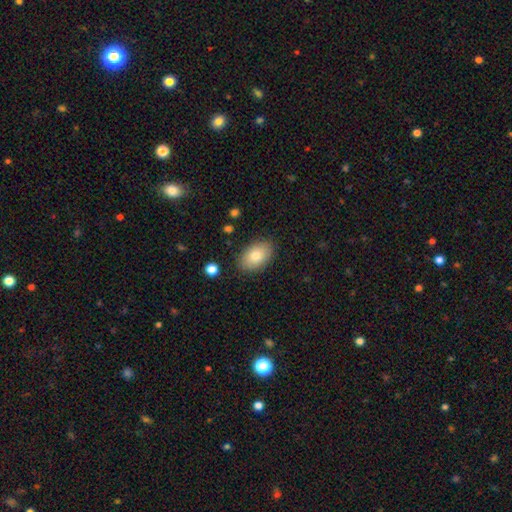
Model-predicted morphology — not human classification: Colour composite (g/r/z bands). It shows a smooth galaxy with no disk features (80%) that is in between round and cigar-shaped (90%). Merging: none (86%).